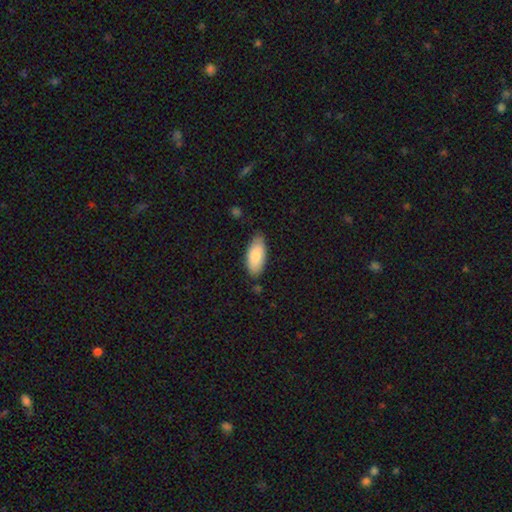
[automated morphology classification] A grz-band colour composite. It shows a smooth galaxy with no disk features (85%) that is in between round and cigar-shaped (86%). Merging: none (77%).